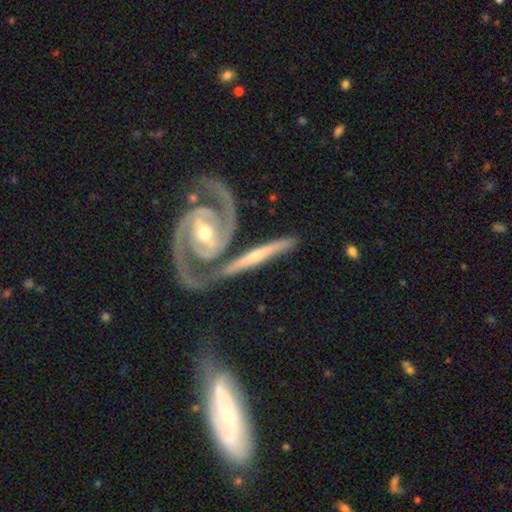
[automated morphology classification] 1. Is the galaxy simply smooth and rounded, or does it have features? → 80% featured or disk, 15% smooth, 4% star or artifact.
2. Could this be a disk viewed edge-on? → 58% no, 42% yes.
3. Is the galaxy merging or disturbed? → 64% none, 17% merger, 14% minor disturbance, 5% major disturbance.